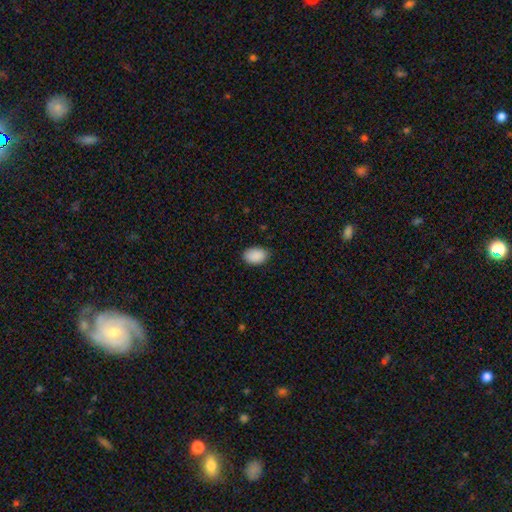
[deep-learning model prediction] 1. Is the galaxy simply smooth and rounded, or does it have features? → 91% smooth, 7% star or artifact, 2% featured or disk.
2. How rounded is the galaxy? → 87% in between, 12% round, 1% cigar-shaped.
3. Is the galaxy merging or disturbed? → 84% none, 13% minor disturbance, 2% major disturbance, 1% merger.